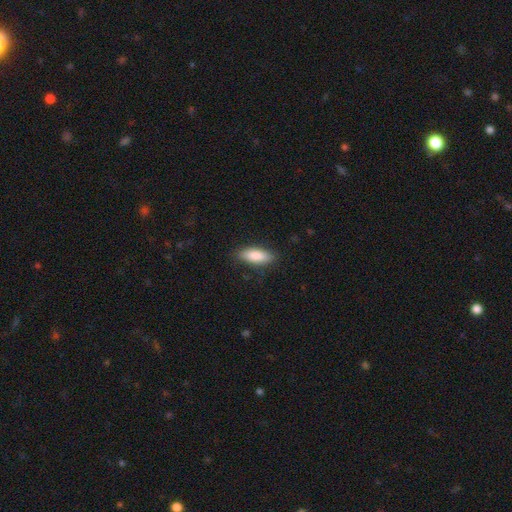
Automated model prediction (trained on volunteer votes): smooth_or_featured: smooth (p=0.86) [alt: featured or disk p=0.08]
how_rounded: in between (p=0.69) [alt: cigar-shaped p=0.29]
merging: none (p=0.84) [alt: minor disturbance p=0.12]